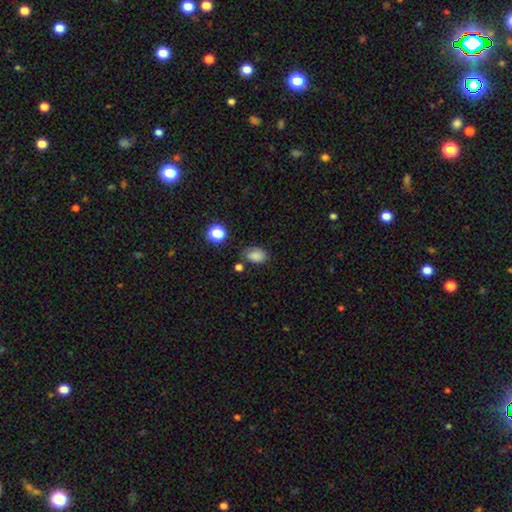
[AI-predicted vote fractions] Overall: smooth (82%). How rounded: in between (77%). Merging: none (67%).